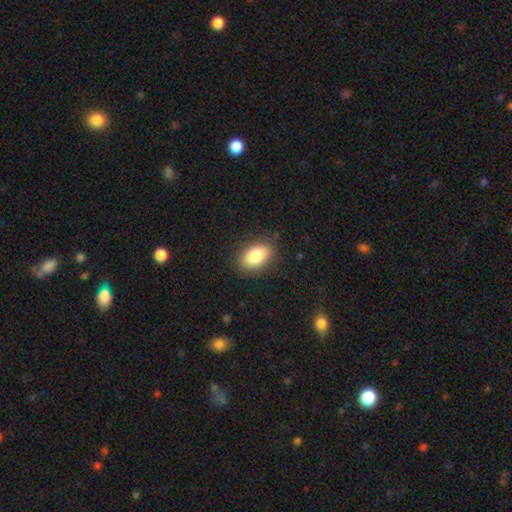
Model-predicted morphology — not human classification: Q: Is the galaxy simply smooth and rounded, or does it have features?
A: smooth — 84%.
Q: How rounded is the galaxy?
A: in between — 89%.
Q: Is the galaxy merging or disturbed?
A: none — 85%.